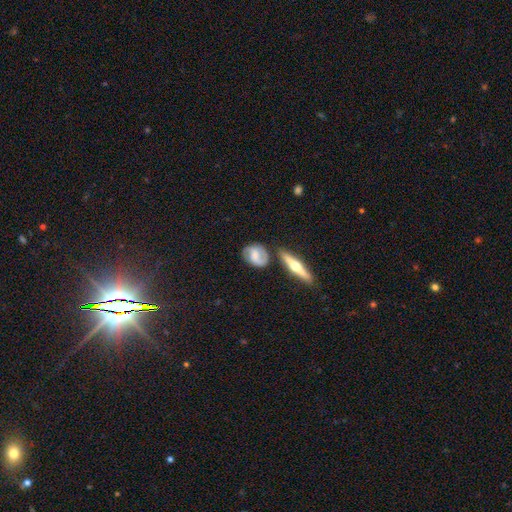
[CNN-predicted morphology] This is likely a featured or disk galaxy (65%). It is clearly not viewed edge-on (88%). Bar: marginally weak (43%). Spiral arm pattern: clearly yes (87%). Spiral arm count: clearly 2 (86%). Spiral winding: possibly medium (46%). Central bulge: possibly moderate (48%). Merging: likely none (74%).